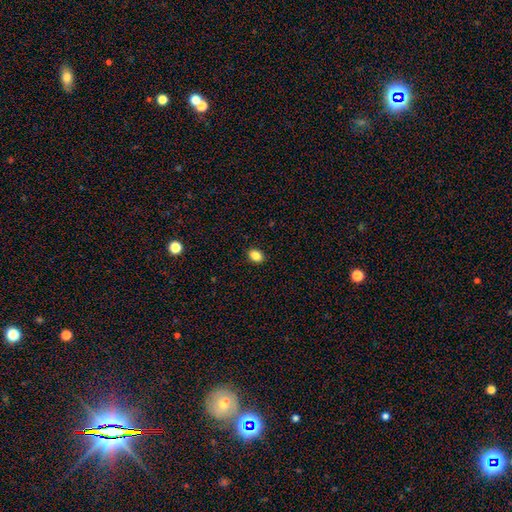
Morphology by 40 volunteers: smooth_or_featured: smooth (p=0.90) [alt: featured or disk p=0.05]
how_rounded: in between (p=0.81) [alt: round p=0.17]
merging: none (p=0.89) [alt: minor disturbance p=0.11]